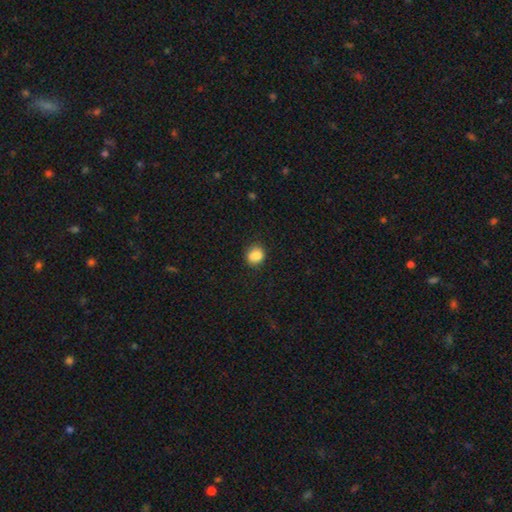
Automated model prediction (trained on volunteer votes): This is clearly a smooth galaxy (85%). How rounded: likely round (70%). Merging: likely none (77%).